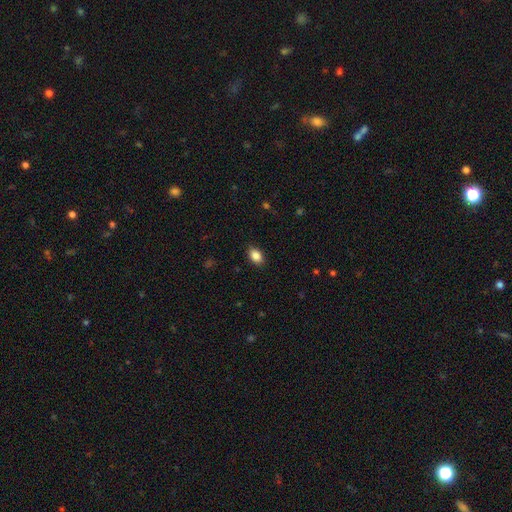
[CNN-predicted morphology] The model was most divided on "how rounded": in between: 87%, round: 12%, cigar-shaped: 2%. More confident: merging — none (88%); smooth or featured — smooth (87%).